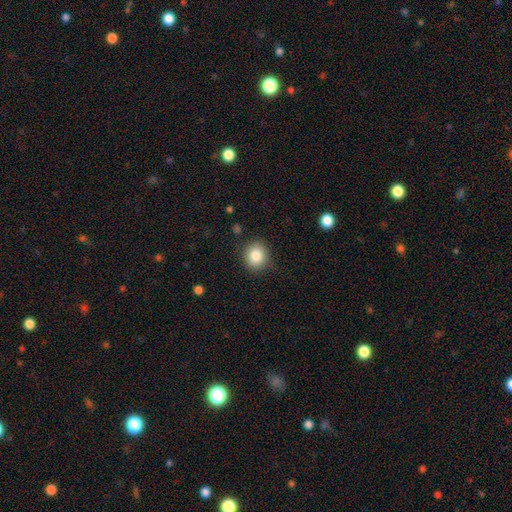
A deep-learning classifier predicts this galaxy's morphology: Smooth or featured?
  - smooth: 84% *
  - star or artifact: 10%
  - featured or disk: 7%
How rounded?
  - round: 79% *
  - in between: 20%
  - cigar-shaped: 1%
Merging?
  - none: 86% *
  - minor disturbance: 10%
  - major disturbance: 3%
  - merger: 1%